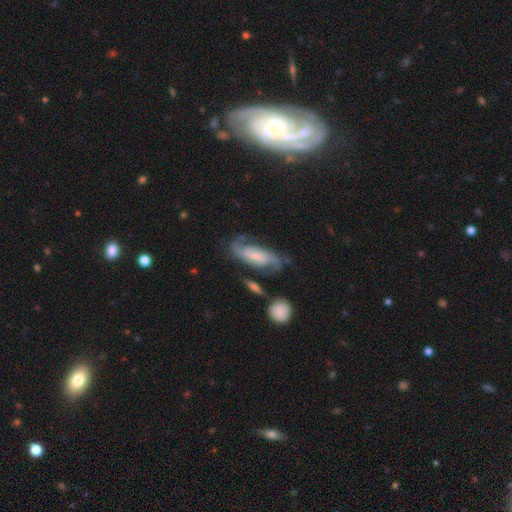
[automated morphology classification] The model was most divided on "bar" (2-way tie): weak: 41%, no: 41%, strong: 18%. Remaining: spiral arms — yes (96%); edge-on disk — no (93%); spiral arm count — 2 (83%); smooth or featured — featured or disk (80%); merging — none (65%); spiral winding — medium (49%); bulge size — small (41%).